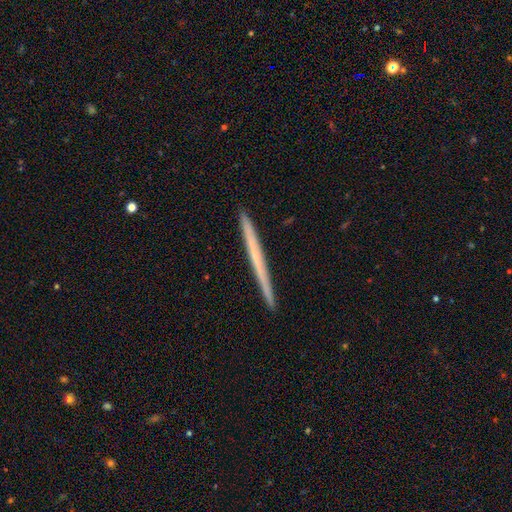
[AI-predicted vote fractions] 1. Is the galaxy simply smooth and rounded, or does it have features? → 51% featured or disk, 43% smooth, 6% star or artifact.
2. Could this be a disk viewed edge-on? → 98% yes, 2% no.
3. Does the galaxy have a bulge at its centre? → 88% none, 9% rounded, 3% boxy.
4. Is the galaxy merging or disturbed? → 92% none, 5% minor disturbance, 1% major disturbance, 1% merger.